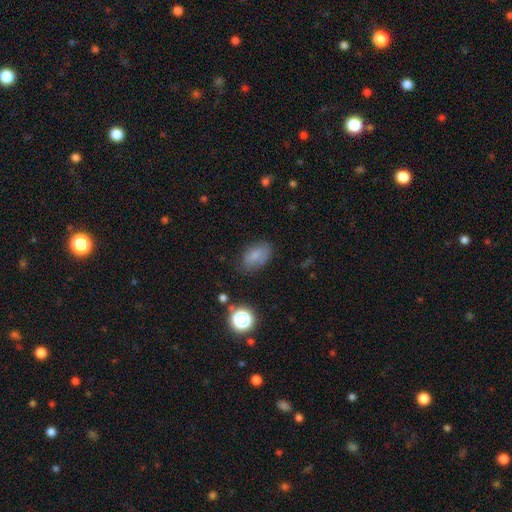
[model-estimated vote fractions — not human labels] smooth_or_featured: smooth (p=0.75) [alt: featured or disk p=0.13]
how_rounded: in between (p=0.88) [alt: round p=0.10]
merging: none (p=0.71) [alt: minor disturbance p=0.21]